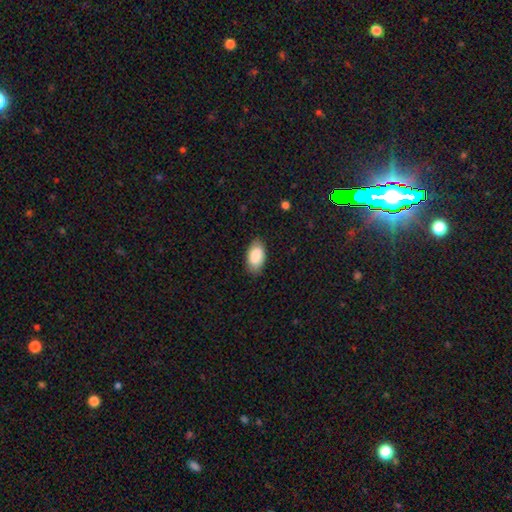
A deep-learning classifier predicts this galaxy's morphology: type=smooth (87%); roundness=in between (95%); merging=none (84%).